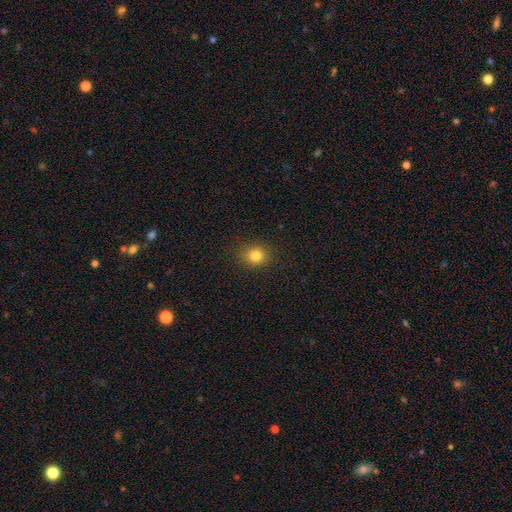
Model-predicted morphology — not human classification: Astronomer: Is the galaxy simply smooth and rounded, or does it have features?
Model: smooth — 82%.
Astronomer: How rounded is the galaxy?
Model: round — 72%.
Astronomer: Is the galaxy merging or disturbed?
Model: none — 89%.